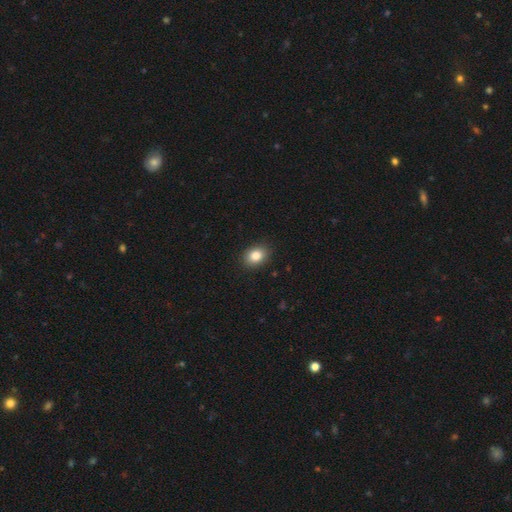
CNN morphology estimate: Smooth or featured? smooth (84%)
How rounded? in between (64%)
Merging? none (89%)